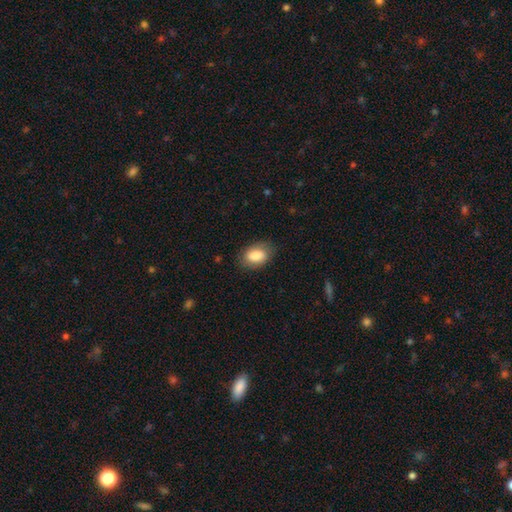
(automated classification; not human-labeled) smooth 83%, featured or disk 10%, star or artifact 7%. Down the decision tree: how rounded — in between (88%); merging — none (80%).